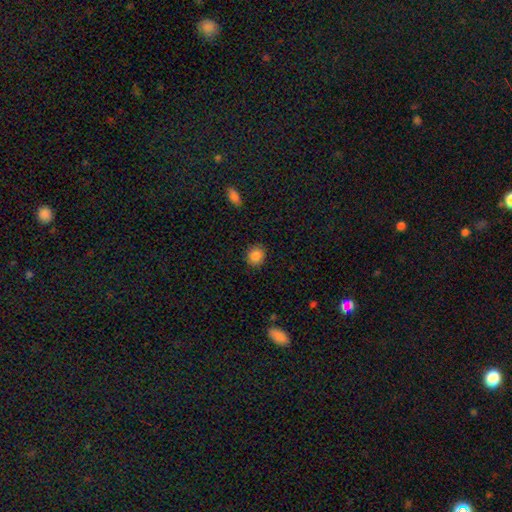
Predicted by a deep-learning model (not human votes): A smooth galaxy with no disk features (87%) that is round (80%). Merging: none (88%).